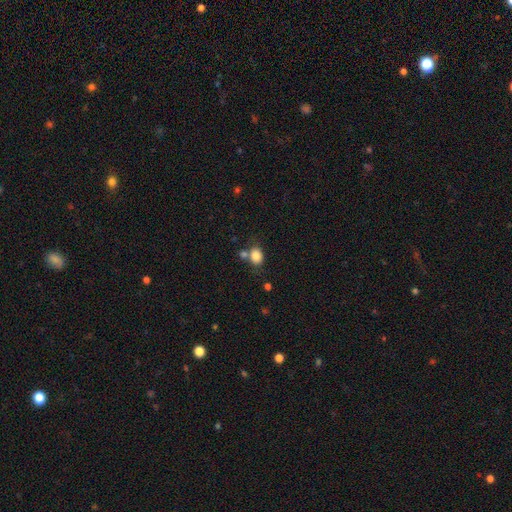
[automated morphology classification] The model was most divided on "how rounded": in between: 54%, round: 45%, cigar-shaped: 1%. More confident: smooth or featured — smooth (83%); merging — none (60%).